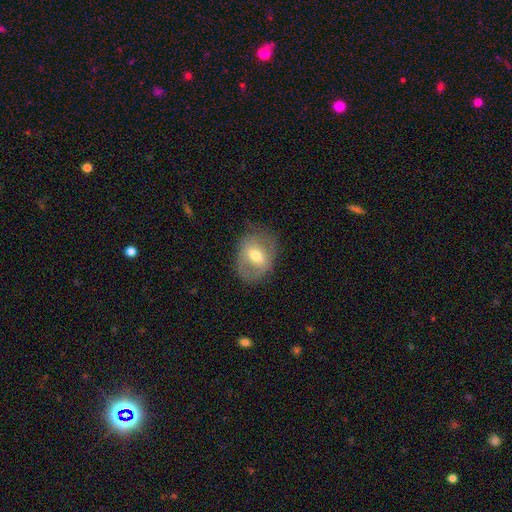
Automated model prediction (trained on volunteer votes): This is possibly a featured or disk galaxy (49%). Merging: likely none (66%).